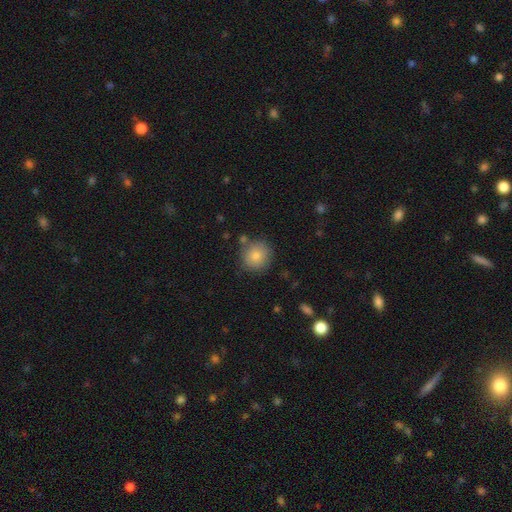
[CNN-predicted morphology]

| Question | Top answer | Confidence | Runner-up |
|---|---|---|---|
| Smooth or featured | smooth | 80% | star or artifact (11%) |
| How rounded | round | 93% | in between (6%) |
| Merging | none | 83% | minor disturbance (10%) |